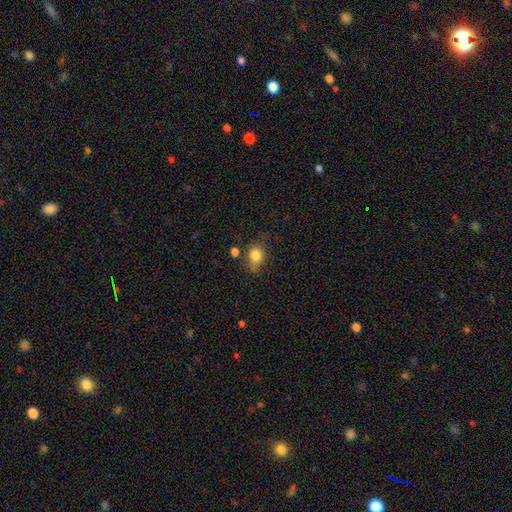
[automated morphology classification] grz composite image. It shows a smooth galaxy with no disk features (82%) that is in between round and cigar-shaped (53%). Merging: none (61%).